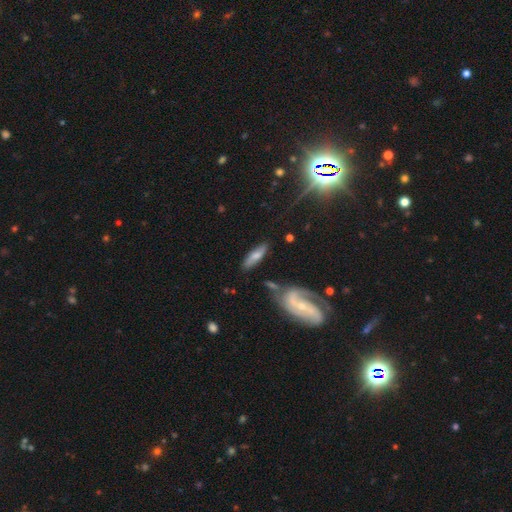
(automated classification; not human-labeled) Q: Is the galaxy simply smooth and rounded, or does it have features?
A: smooth — 54%.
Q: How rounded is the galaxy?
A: in between — 49%.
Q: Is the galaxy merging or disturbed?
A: none — 73%.